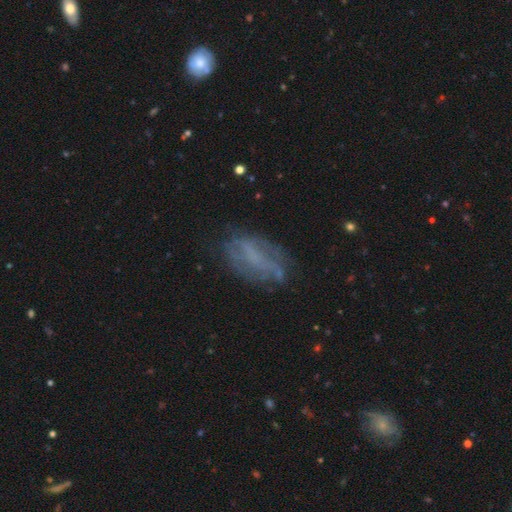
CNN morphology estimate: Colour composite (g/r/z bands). It shows a featured or disk galaxy (47%). Merging: none (63%).